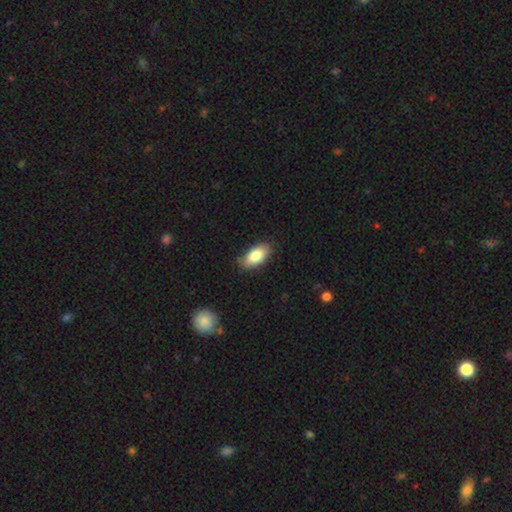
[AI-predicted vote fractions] smooth_or_featured: smooth (p=0.84) [alt: featured or disk p=0.10]
how_rounded: in between (p=0.92) [alt: cigar-shaped p=0.05]
merging: none (p=0.80) [alt: minor disturbance p=0.16]